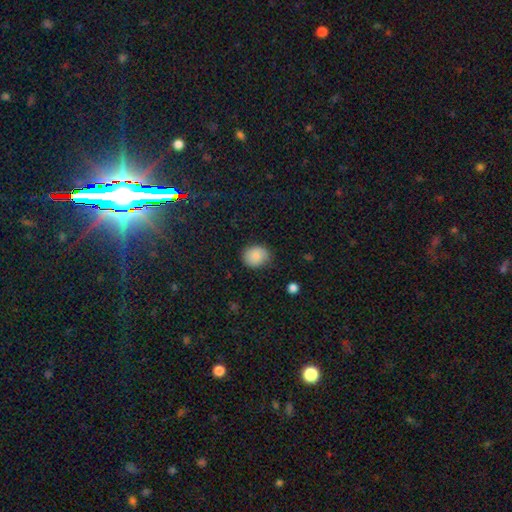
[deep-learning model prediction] smooth-or-featured: smooth: 85% | star or artifact: 9% | featured or disk: 6%
  how-rounded: round: 61% | in between: 38% | cigar-shaped: 1%
  merging: none: 77% | minor disturbance: 18% | major disturbance: 4% | merger: 1%